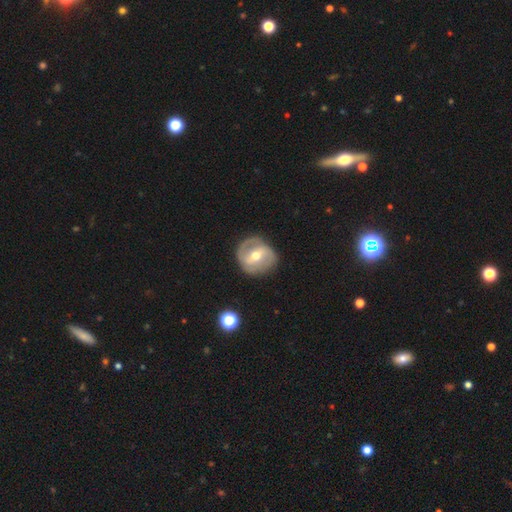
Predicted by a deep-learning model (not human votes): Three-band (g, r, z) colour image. It shows a featured or disk galaxy (73%) with a weak bar (46%), 2 (75%) medium (44%) spiral arms (81%) and a moderate central bulge (73%). Merging: none (79%).